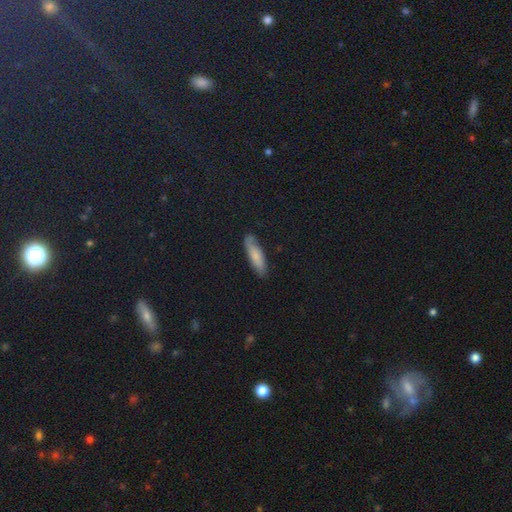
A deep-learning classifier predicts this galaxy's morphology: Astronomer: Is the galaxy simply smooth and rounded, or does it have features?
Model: smooth — 69%.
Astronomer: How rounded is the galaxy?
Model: cigar-shaped — 57% (runner-up: in between, 40%).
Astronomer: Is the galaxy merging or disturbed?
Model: none — 79%.